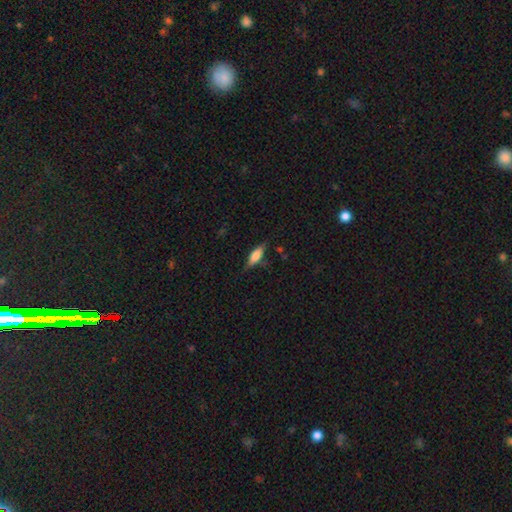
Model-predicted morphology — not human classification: type=smooth (63%); roundness=in between (52%); merging=none (75%).